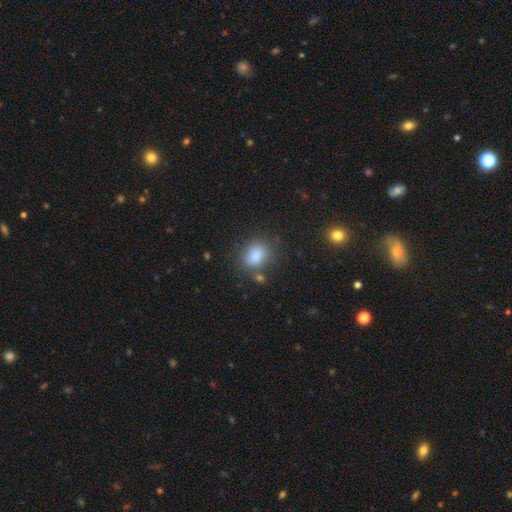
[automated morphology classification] smooth-or-featured: smooth: 84% | star or artifact: 9% | featured or disk: 6%
  how-rounded: in between: 65% | round: 34% | cigar-shaped: 2%
  merging: none: 70% | minor disturbance: 16% | merger: 8% | major disturbance: 6%